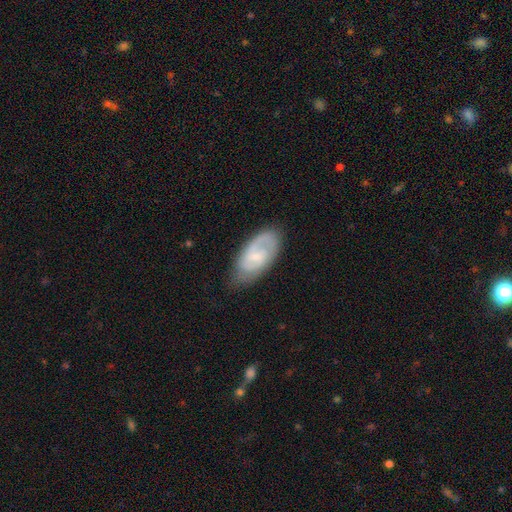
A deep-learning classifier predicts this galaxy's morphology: Smooth or featured?
  - featured or disk: 67% *
  - smooth: 28%
  - star or artifact: 6%
Edge-on disk?
  - no: 94% *
  - yes: 6%
Bar?
  - weak: 52% *
  - no: 37%
  - strong: 11%
Spiral arms?
  - yes: 87% *
  - no: 13%
Spiral winding?
  - medium: 44% *
  - tight: 38%
  - loose: 18%
Spiral arm count?
  - 2: 60% *
  - can't tell: 20%
  - 1: 15%
  - 3: 3%
  - 4: 1%
  - more than 4: 1%
Bulge size?
  - small: 63% *
  - moderate: 26%
  - none: 8%
  - large: 2%
  - dominant: 1%
Merging?
  - none: 70% *
  - minor disturbance: 22%
  - major disturbance: 6%
  - merger: 1%